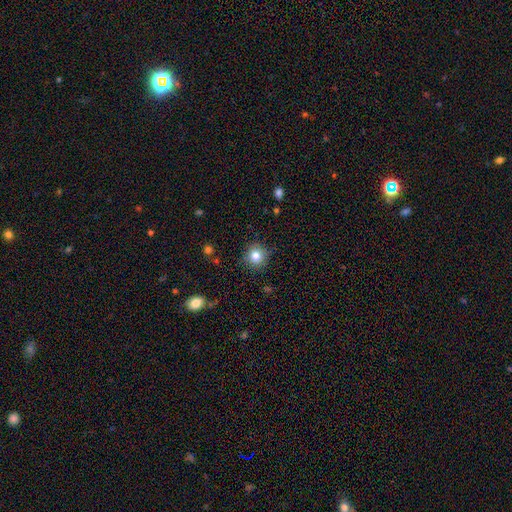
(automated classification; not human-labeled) smooth 81%, star or artifact 11%, featured or disk 7%. Down the decision tree: how rounded — round (90%); merging — none (87%).